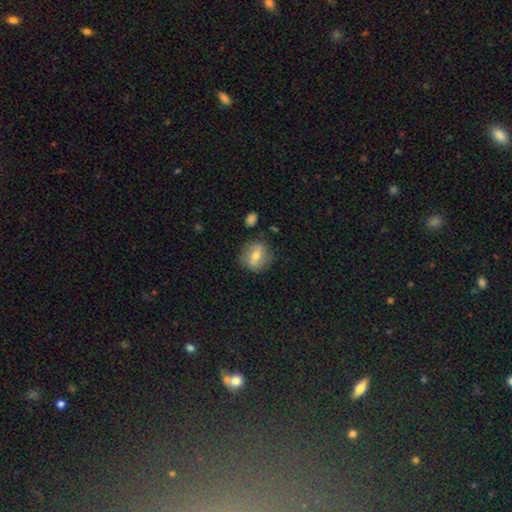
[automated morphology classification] The model was most divided on "smooth or featured": smooth: 60%, featured or disk: 32%, star or artifact: 8%. More confident: merging — none (81%); how rounded — round (75%).